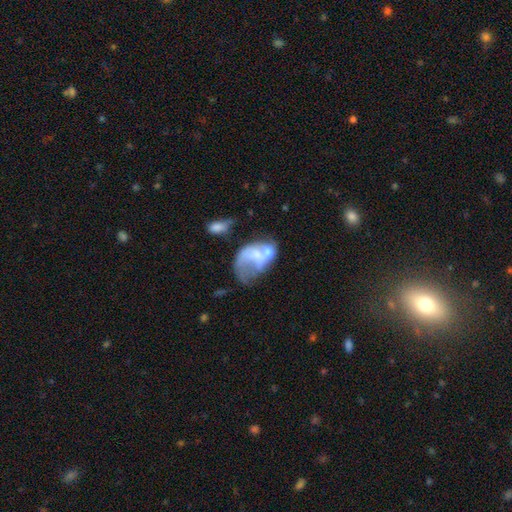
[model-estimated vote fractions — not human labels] featured or disk 53%, smooth 37%, star or artifact 10%. Down the decision tree: edge-on disk — no (97%); bar — no (78%); spiral arms — no (75%); bulge size — none (41%); merging — merger (36%).